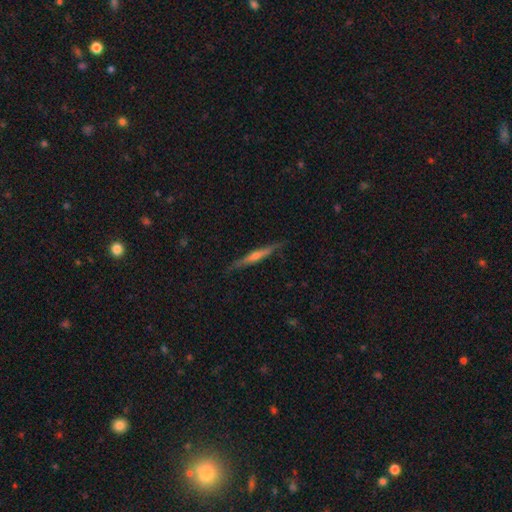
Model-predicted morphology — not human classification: A featured or disk galaxy (70%) viewed edge-on (97%) with a rounded central bulge (71%).

Vote fractions:
- Smooth or featured? featured or disk: 70% / smooth: 24% / star or artifact: 6%
- Edge-on disk? yes: 97% / no: 3%
- Edge-on bulge? rounded: 71% / none: 21% / boxy: 8%
- Merging? none: 88% / minor disturbance: 9% / major disturbance: 2% / merger: 1%